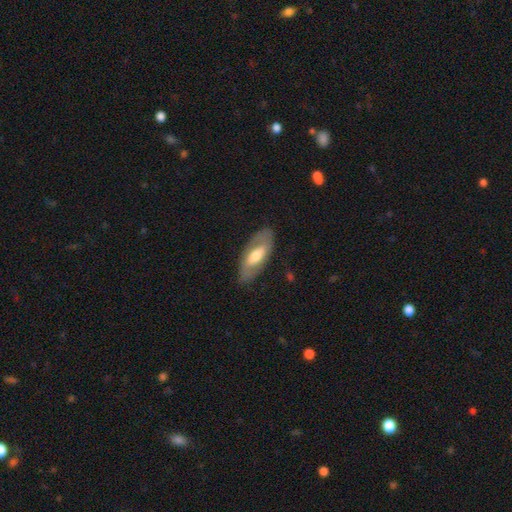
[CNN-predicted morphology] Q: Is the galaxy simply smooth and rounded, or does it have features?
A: featured or disk — 54%.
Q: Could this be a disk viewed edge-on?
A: no — 83%.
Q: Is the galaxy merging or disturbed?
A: none — 80%.